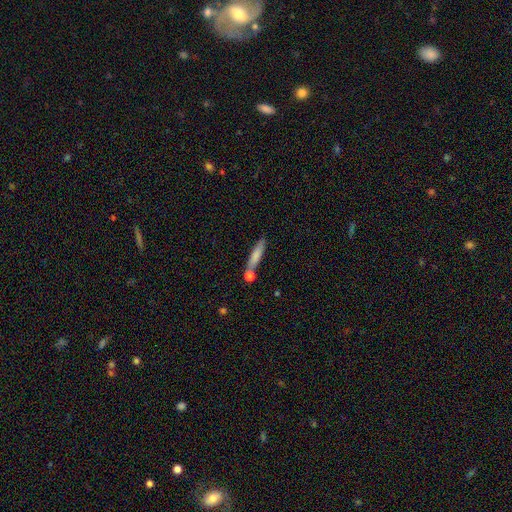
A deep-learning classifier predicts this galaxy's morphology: A smooth galaxy with no disk features (74%) that is cigar-shaped (83%).

Vote fractions:
- Smooth or featured? smooth: 74% / featured or disk: 19% / star or artifact: 7%
- How rounded? cigar-shaped: 83% / in between: 14% / round: 3%
- Merging? none: 63% / merger: 19% / minor disturbance: 14% / major disturbance: 4%